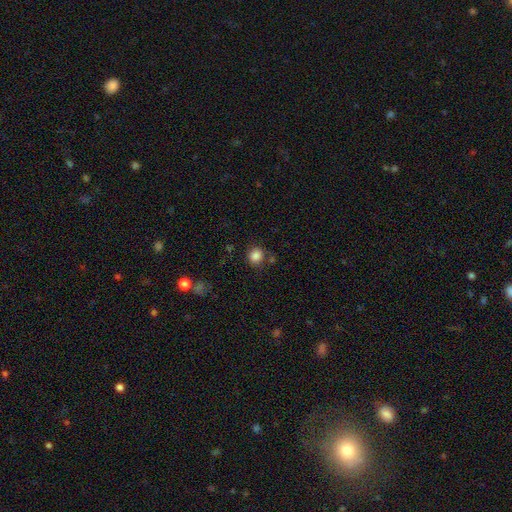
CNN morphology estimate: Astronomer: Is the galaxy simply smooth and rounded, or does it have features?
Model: smooth — 85%.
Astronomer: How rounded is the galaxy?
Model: round — 86%.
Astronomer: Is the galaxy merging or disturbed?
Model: none — 79%.